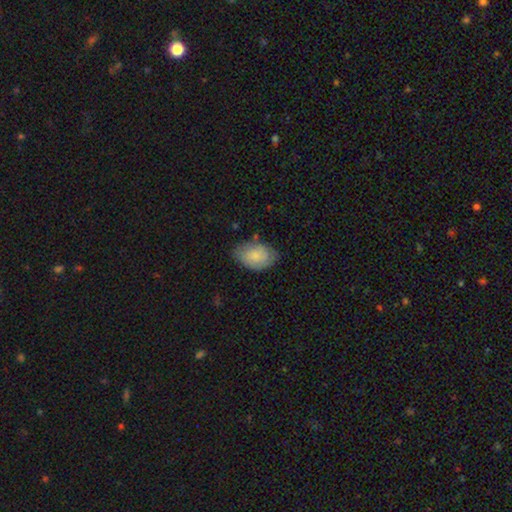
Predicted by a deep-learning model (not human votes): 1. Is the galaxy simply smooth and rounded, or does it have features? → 75% smooth, 18% featured or disk, 6% star or artifact.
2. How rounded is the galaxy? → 88% in between, 11% round, 1% cigar-shaped.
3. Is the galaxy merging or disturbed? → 68% none, 25% minor disturbance, 5% major disturbance, 2% merger.